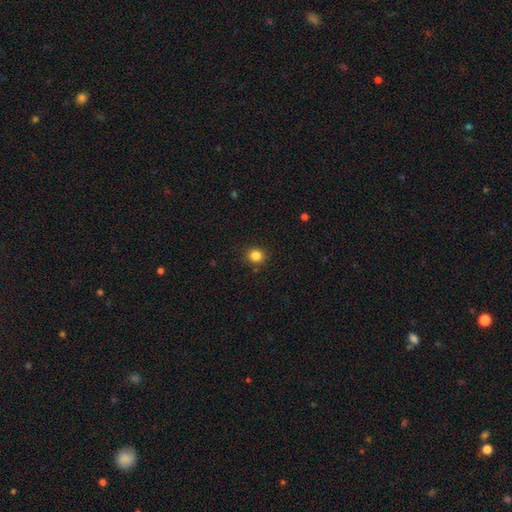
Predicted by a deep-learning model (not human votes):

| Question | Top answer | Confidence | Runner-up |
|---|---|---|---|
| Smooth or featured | smooth | 84% | star or artifact (12%) |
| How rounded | round | 84% | in between (15%) |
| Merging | none | 88% | minor disturbance (8%) |